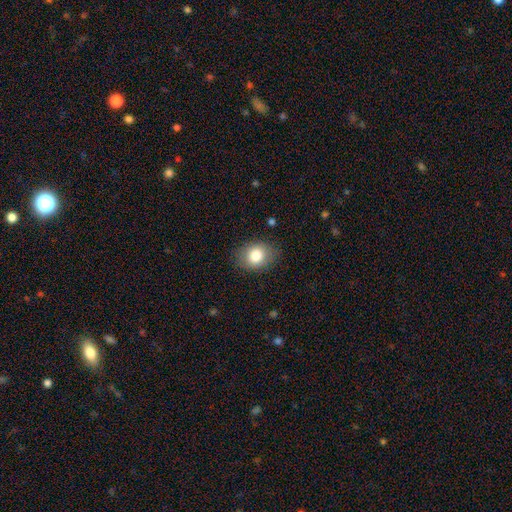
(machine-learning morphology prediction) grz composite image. It shows a smooth galaxy with no disk features (82%) that is in between round and cigar-shaped (57%). Merging: none (84%).